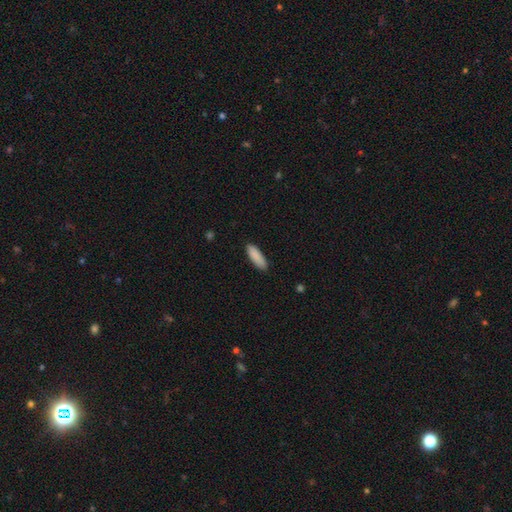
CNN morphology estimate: Smooth or featured? Predicted: smooth (p=0.89). How rounded? Predicted: in between (p=0.52). Merging? Predicted: none (p=0.86).